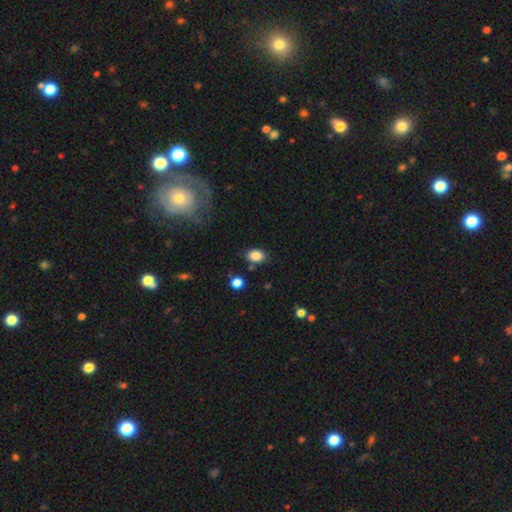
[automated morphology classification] smooth_or_featured: smooth (p=0.86) [alt: star or artifact p=0.10]
how_rounded: in between (p=0.73) [alt: round p=0.26]
merging: none (p=0.78) [alt: minor disturbance p=0.14]